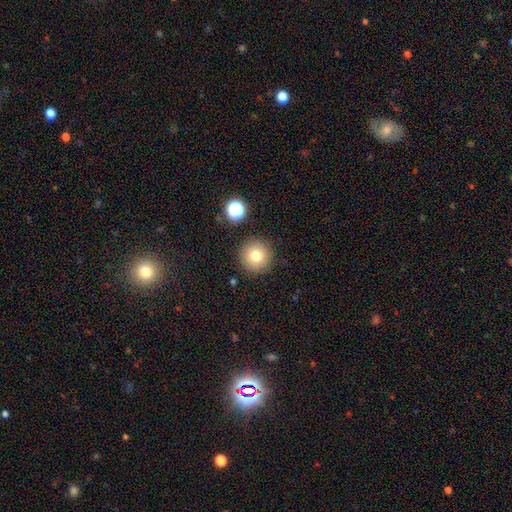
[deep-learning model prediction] Q: Smooth or featured?
A: smooth (78%); runner-up: star or artifact (12%)
Q: How rounded?
A: round (96%); runner-up: in between (3%)
Q: Merging?
A: none (89%); runner-up: minor disturbance (6%)